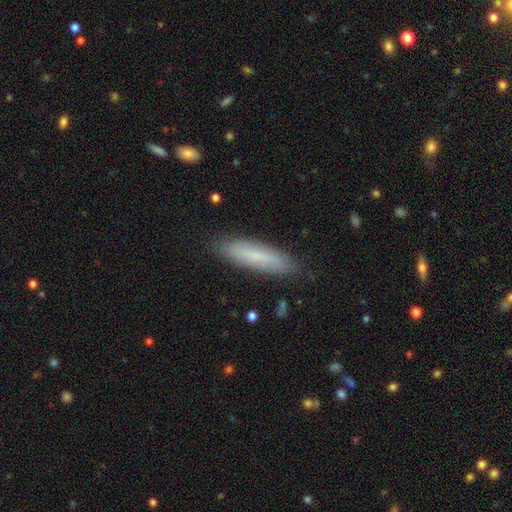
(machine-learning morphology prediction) smooth_or_featured: smooth (p=0.73) [alt: featured or disk p=0.20]
how_rounded: cigar-shaped (p=0.73) [alt: in between p=0.26]
merging: none (p=0.86) [alt: minor disturbance p=0.10]